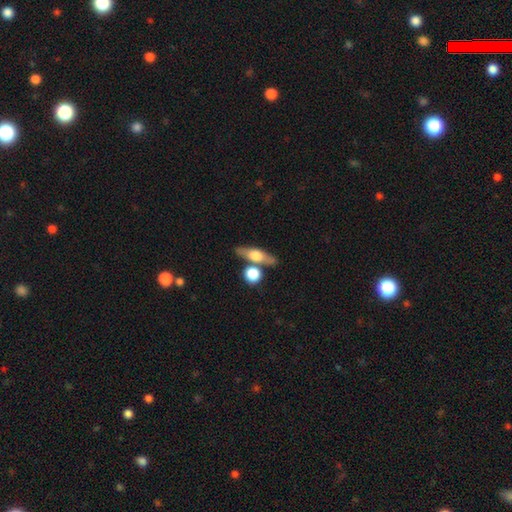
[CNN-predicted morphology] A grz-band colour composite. It shows a featured or disk galaxy (51%) viewed edge-on (87%). Merging: none (69%).